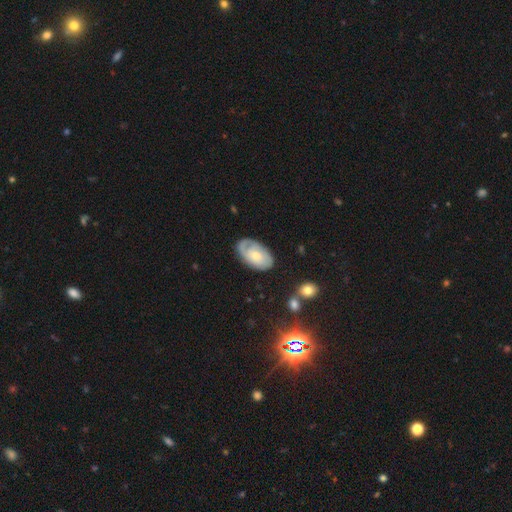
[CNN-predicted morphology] Overall: featured or disk (53%; smooth 42%). Edge-on disk: no (94%). Merging: none (69%).